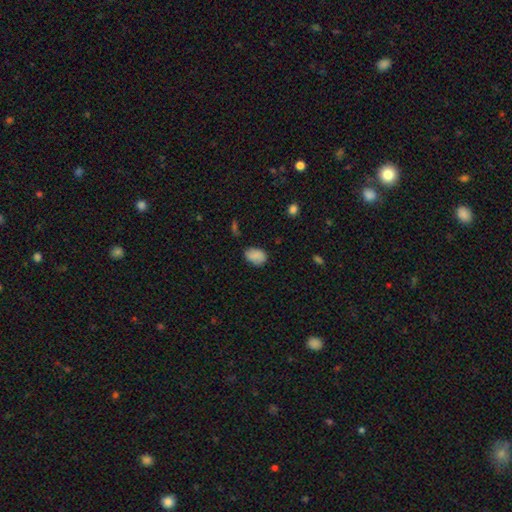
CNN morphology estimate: Smooth or featured? Predicted: smooth (p=0.84). How rounded? Predicted: in between (p=0.81). Merging? Predicted: none (p=0.71).